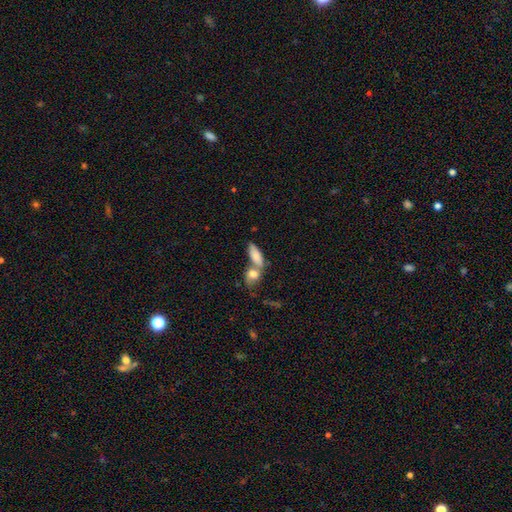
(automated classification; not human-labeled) smooth_or_featured: smooth (p=0.80) [alt: featured or disk p=0.13]
how_rounded: in between (p=0.75) [alt: cigar-shaped p=0.20]
merging: merger (p=0.50) [alt: none p=0.35]